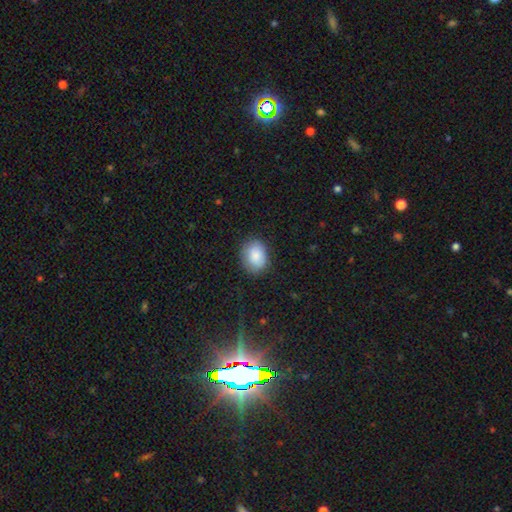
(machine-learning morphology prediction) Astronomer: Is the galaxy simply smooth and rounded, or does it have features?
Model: smooth — 85%.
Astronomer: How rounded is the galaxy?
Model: in between — 59% (runner-up: round, 40%).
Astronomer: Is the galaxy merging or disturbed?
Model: none — 80%.